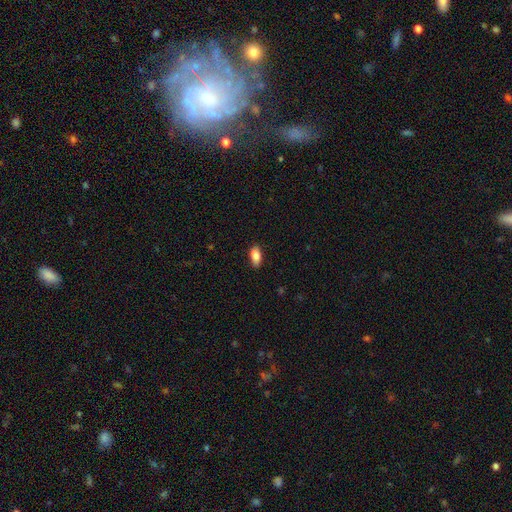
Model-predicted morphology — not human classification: smooth_or_featured: smooth (p=0.87) [alt: star or artifact p=0.07]
how_rounded: in between (p=0.88) [alt: cigar-shaped p=0.09]
merging: none (p=0.87) [alt: minor disturbance p=0.10]